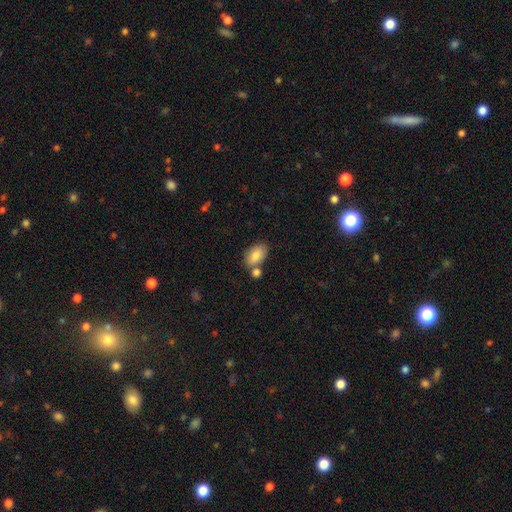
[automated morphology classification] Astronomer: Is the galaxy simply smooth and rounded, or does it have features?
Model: smooth — 83%.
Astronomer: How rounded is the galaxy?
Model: in between — 91%.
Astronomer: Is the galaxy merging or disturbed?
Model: none — 61%.